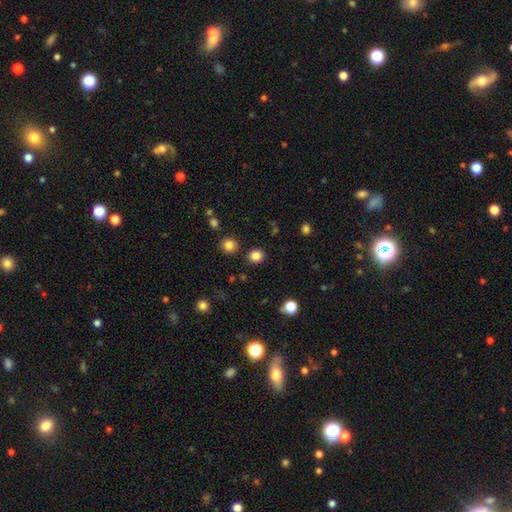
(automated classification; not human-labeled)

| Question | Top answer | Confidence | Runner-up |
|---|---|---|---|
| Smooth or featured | smooth | 84% | star or artifact (13%) |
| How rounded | round | 81% | in between (18%) |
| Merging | none | 88% | minor disturbance (6%) |